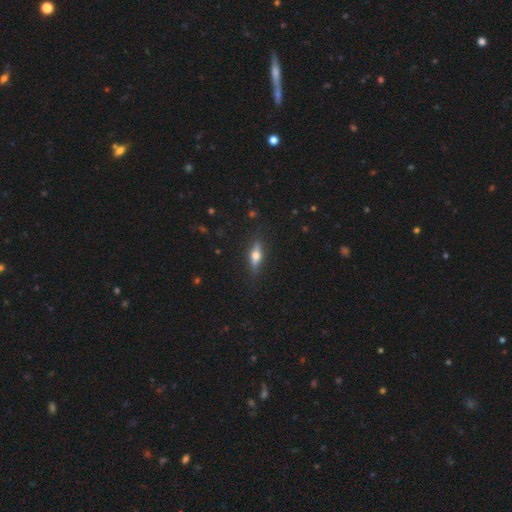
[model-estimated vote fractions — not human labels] Morphology: type=featured or disk (48%); merging=none (85%).